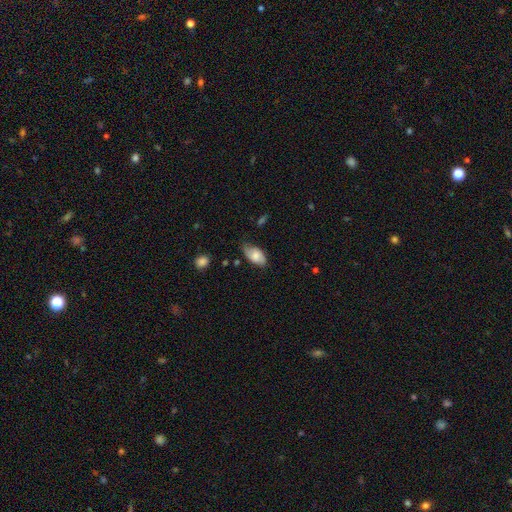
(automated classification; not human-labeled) A smooth galaxy with no disk features (66%) that is in between round and cigar-shaped (94%).

Vote fractions:
- Smooth or featured? smooth: 66% / featured or disk: 26% / star or artifact: 7%
- How rounded? in between: 94% / round: 4% / cigar-shaped: 2%
- Merging? none: 62% / minor disturbance: 30% / major disturbance: 6% / merger: 2%